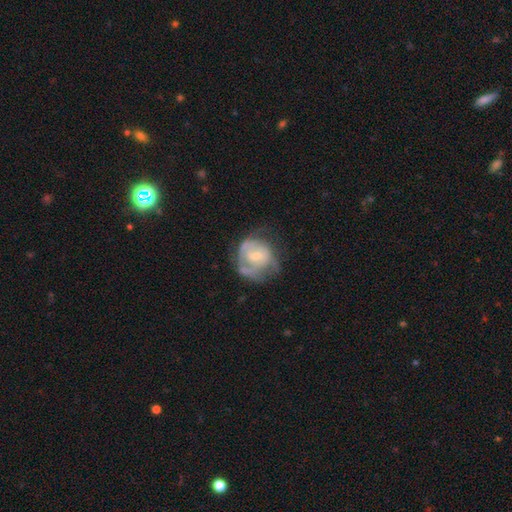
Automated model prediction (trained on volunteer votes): This appears to be a featured or disk galaxy (66%) with no bar (57%), spiral arms (70%) and a small central bulge (54%). Merging: none (42%).